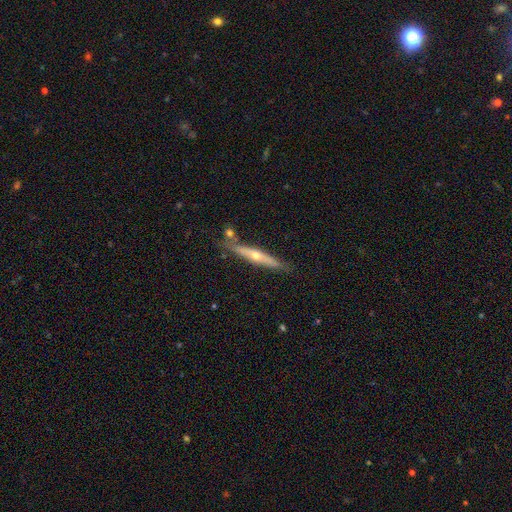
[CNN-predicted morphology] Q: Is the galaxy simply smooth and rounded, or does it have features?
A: featured or disk — 66%.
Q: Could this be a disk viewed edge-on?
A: yes — 93%.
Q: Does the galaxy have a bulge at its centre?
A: rounded — 85%.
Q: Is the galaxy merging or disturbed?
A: none — 79%.